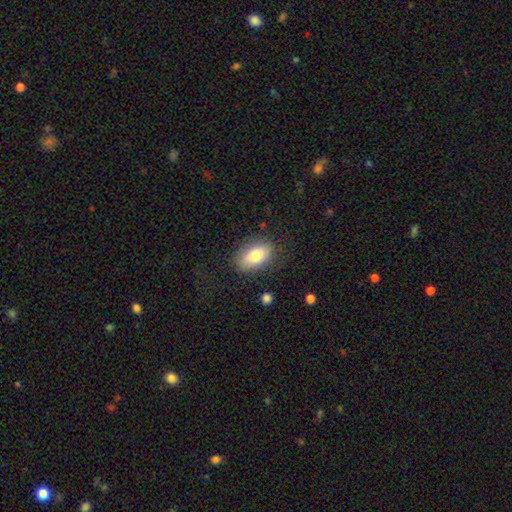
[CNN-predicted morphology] smooth 77%, featured or disk 15%, star or artifact 7%. Down the decision tree: how rounded — in between (90%); merging — none (80%).